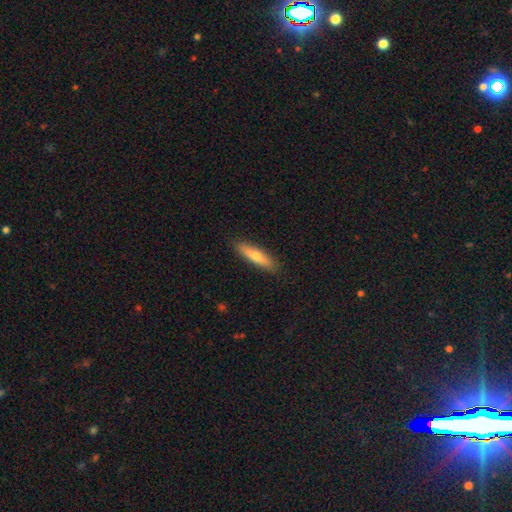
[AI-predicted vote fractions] Overall: smooth (61%; featured or disk 32%). How rounded: cigar-shaped (79%). Merging: none (90%).